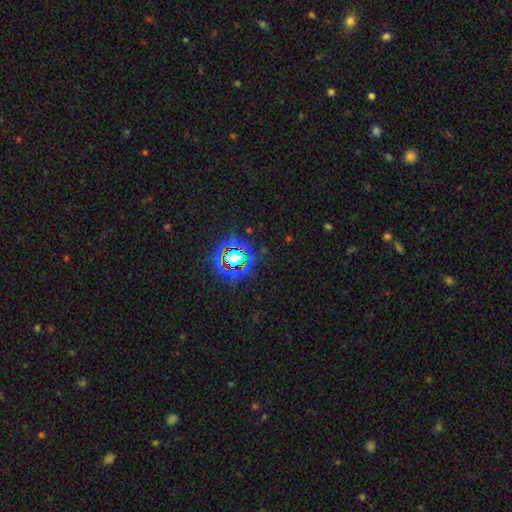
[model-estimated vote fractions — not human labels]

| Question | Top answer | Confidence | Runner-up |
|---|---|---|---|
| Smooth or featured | star or artifact | 79% | smooth (12%) |